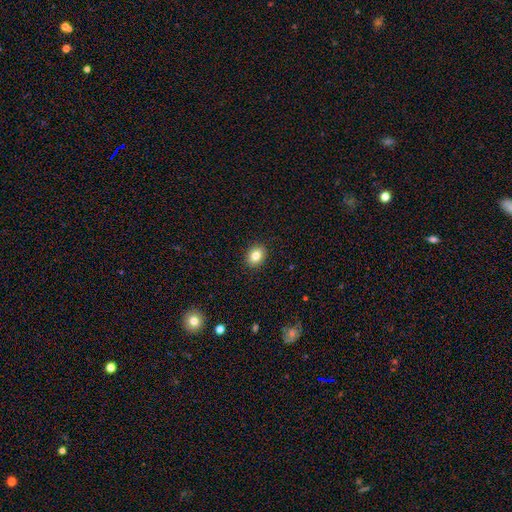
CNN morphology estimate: This appears to be a smooth galaxy with no disk features (82%) that is round (50%). Merging: none (90%).